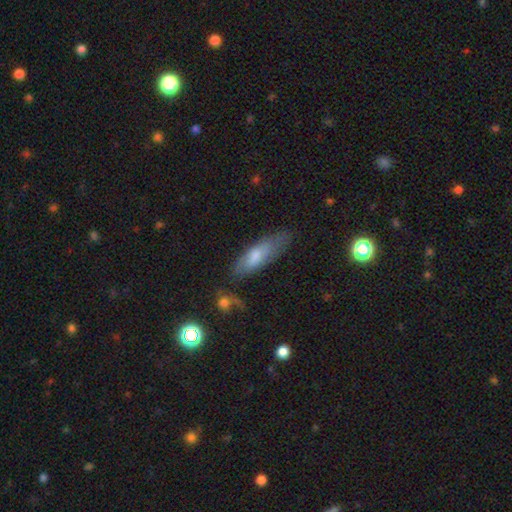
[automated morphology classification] Smooth or featured: smooth — 62% (featured or disk — 30%)
How rounded: cigar-shaped — 52% (in between — 45%)
Merging: none — 68% (minor disturbance — 21%)